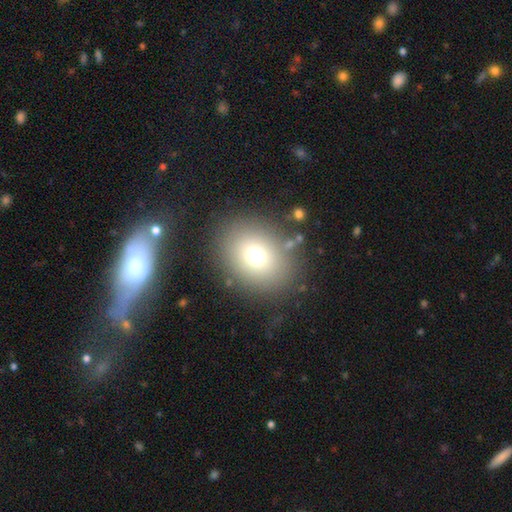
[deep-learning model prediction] This is likely a smooth galaxy (72%). How rounded: possibly in between (50%). Merging: clearly none (81%).